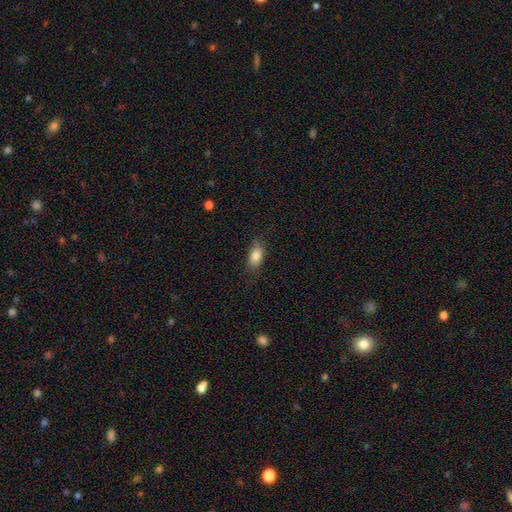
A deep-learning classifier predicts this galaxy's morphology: Overall: smooth (84%). How rounded: in between (86%). Merging: none (73%).